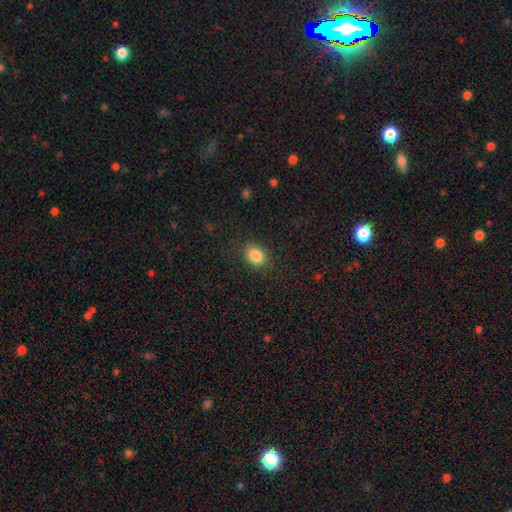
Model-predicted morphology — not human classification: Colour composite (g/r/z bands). It shows a smooth galaxy with no disk features (86%) that is in between round and cigar-shaped (61%). Merging: none (86%).